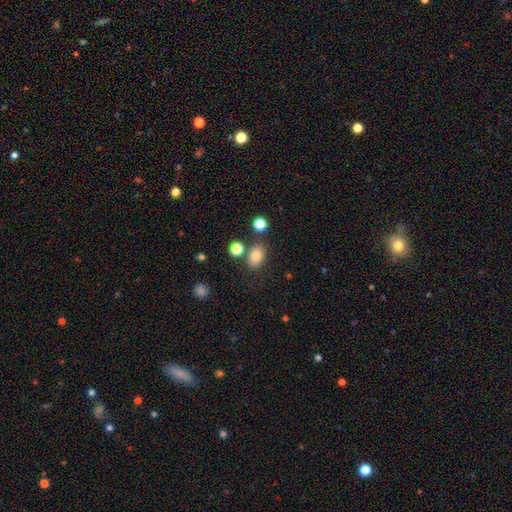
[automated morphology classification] Smooth or featured?
  - smooth: 81% *
  - star or artifact: 11%
  - featured or disk: 8%
How rounded?
  - in between: 73% *
  - round: 26%
  - cigar-shaped: 1%
Merging?
  - none: 74% *
  - minor disturbance: 12%
  - merger: 11%
  - major disturbance: 4%